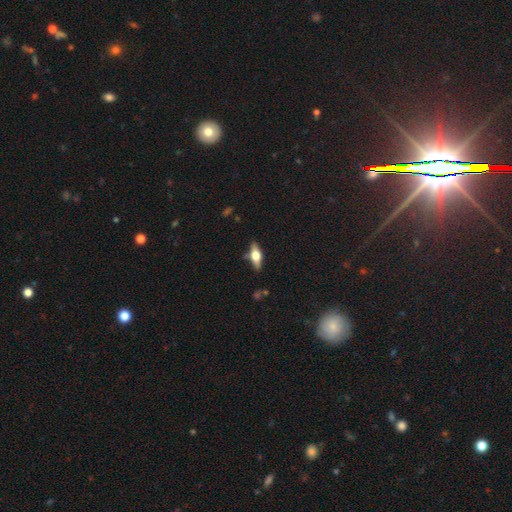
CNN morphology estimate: Smooth or featured?
  - featured or disk: 55% *
  - smooth: 37%
  - star or artifact: 7%
Edge-on disk?
  - yes: 90% *
  - no: 10%
Edge-on bulge?
  - rounded: 95% *
  - boxy: 4%
  - none: 1%
Merging?
  - none: 81% *
  - minor disturbance: 13%
  - major disturbance: 3%
  - merger: 3%